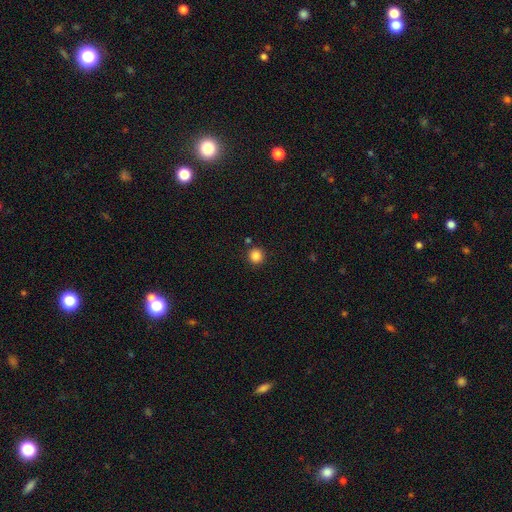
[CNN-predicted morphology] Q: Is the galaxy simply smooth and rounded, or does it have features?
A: smooth — 85%.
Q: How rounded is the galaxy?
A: round — 94%.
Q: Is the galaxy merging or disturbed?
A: none — 87%.